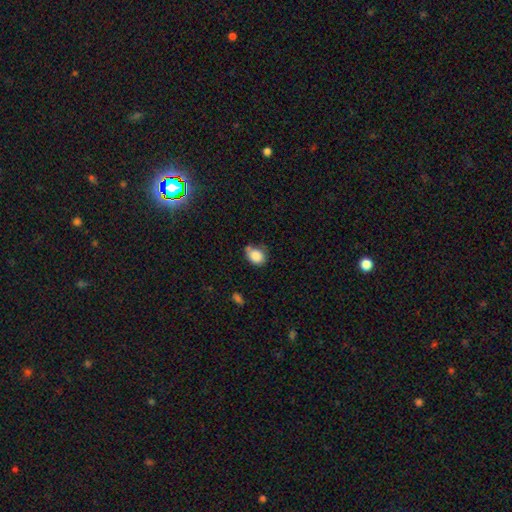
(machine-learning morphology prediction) Smooth or featured? smooth (85%)
How rounded? in between (53%)
Merging? none (52%)